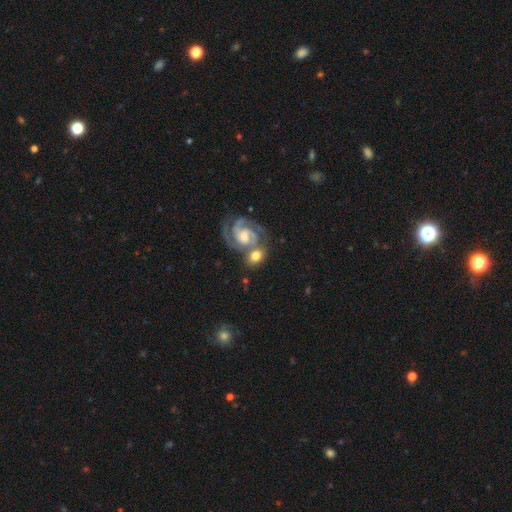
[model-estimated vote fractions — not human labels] Q: Smooth or featured?
A: featured or disk (62%); runner-up: smooth (31%)
Q: Edge-on disk?
A: no (96%); runner-up: yes (4%)
Q: Bar?
A: no (55%); runner-up: weak (34%)
Q: Spiral arms?
A: yes (94%); runner-up: no (6%)
Q: Spiral winding?
A: tight (54%); runner-up: medium (38%)
Q: Spiral arm count?
A: 2 (46%); runner-up: 3 (30%)
Q: Bulge size?
A: moderate (51%); runner-up: small (32%)
Q: Merging?
A: merger (43%); runner-up: none (39%)